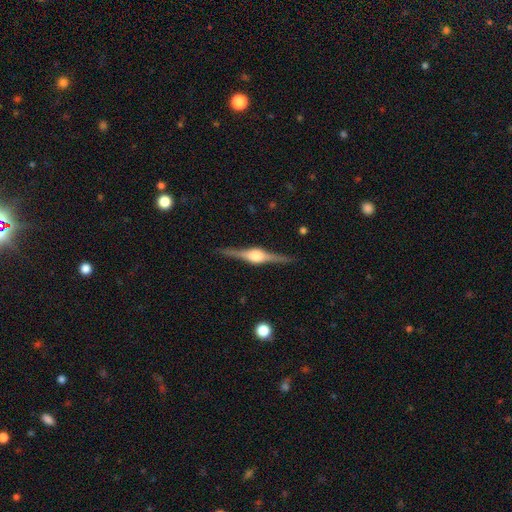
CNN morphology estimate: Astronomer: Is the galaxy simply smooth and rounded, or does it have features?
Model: featured or disk — 87%.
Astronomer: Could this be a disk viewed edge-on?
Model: yes — 98%.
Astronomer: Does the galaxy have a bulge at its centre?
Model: rounded — 90%.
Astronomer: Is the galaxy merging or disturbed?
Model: none — 91%.